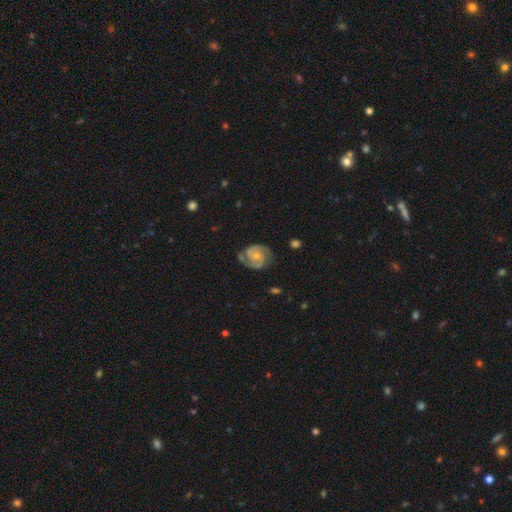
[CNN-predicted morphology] smooth-or-featured: featured or disk: 87% | smooth: 8% | star or artifact: 5%
  disk-edge-on: no: 98% | yes: 2%
    bar: no: 64% | weak: 29% | strong: 6%
    has-spiral-arms: yes: 97% | no: 3%
      spiral-winding: tight: 46% | medium: 45% | loose: 9%
      spiral-arm-count: 2: 89% | can't tell: 4% | 3: 4% | 1: 2% | 4: 1% | more than 4: 1%
    bulge-size: small: 57% | moderate: 36% | none: 4% | large: 2% | dominant: 1%
  merging: none: 71% | minor disturbance: 19% | major disturbance: 7% | merger: 3%